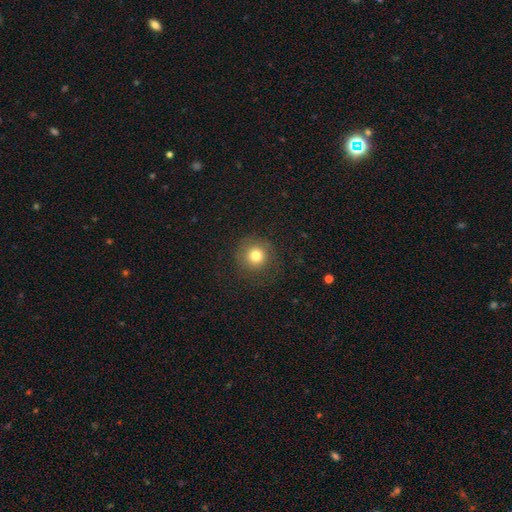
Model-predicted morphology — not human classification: Smooth or featured? smooth (77%)
How rounded? round (94%)
Merging? none (80%)